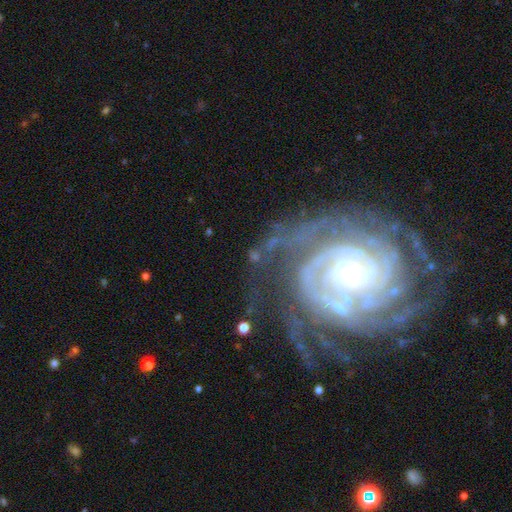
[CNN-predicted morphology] This is likely a featured or disk galaxy (79%). It is clearly not viewed edge-on (96%). Bar: possibly no (47%). Spiral arm pattern: clearly yes (85%). Spiral arm count: marginally can't tell (33%). Spiral winding: likely tight (61%). Central bulge: marginally moderate (45%). Merging: possibly none (51%).